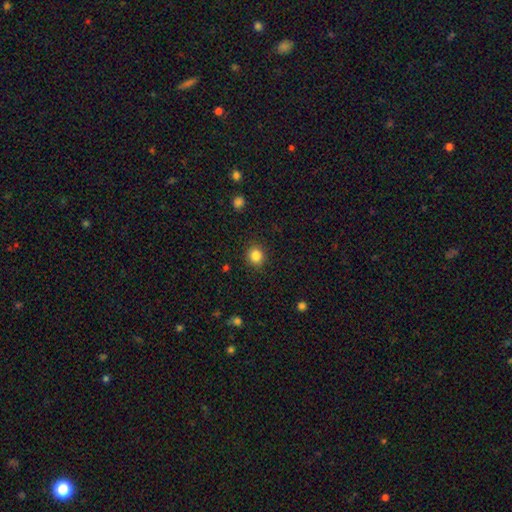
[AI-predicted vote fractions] A smooth galaxy with no disk features (85%) that is round (85%). Merging: none (90%).